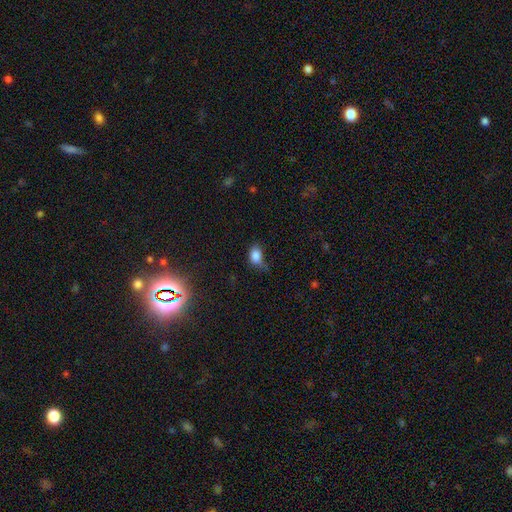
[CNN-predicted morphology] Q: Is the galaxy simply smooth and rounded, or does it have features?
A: smooth — 84%.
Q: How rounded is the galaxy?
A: in between — 80%.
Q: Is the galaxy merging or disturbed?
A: none — 48%.